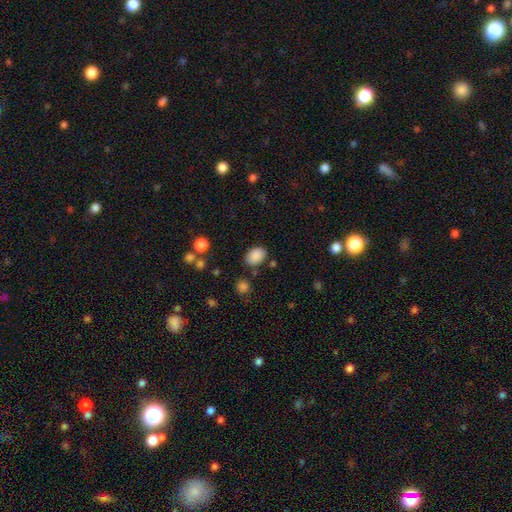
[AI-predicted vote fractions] The model was most divided on "how rounded": in between: 82%, round: 17%, cigar-shaped: 1%. More confident: smooth or featured — smooth (87%); merging — none (80%).